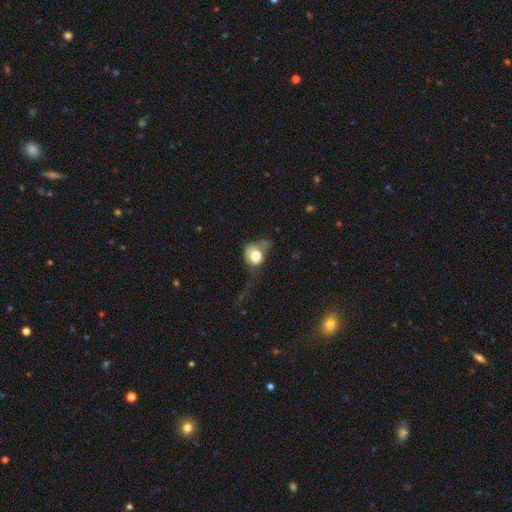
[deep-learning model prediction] Smooth or featured? Predicted: smooth (p=0.70). How rounded? Predicted: round (p=0.61). Merging? Predicted: major disturbance (p=0.49).